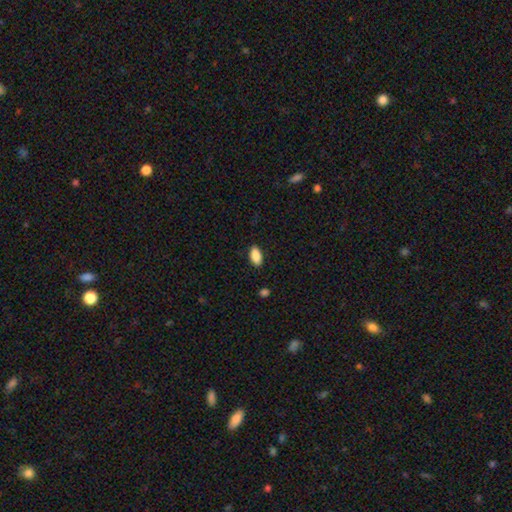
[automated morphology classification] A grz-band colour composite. It shows a smooth galaxy with no disk features (88%) that is in between round and cigar-shaped (90%). Merging: none (87%).